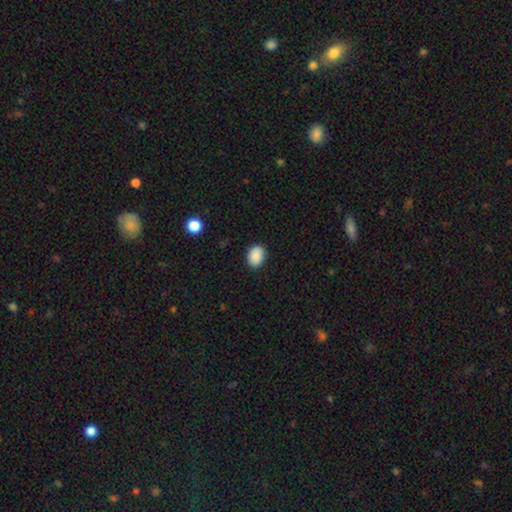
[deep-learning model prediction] Smooth or featured? Predicted: smooth (p=0.88). How rounded? Predicted: in between (p=0.66). Merging? Predicted: none (p=0.85).